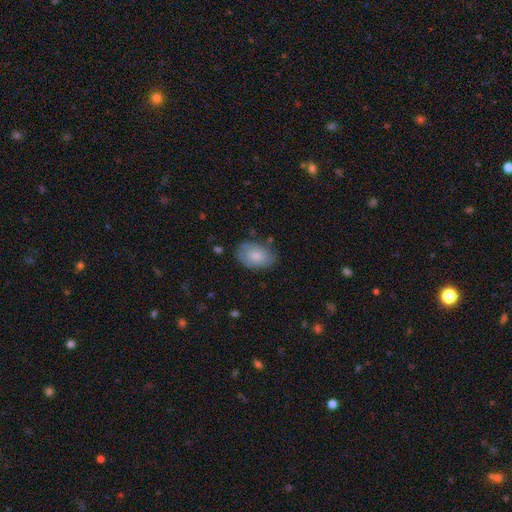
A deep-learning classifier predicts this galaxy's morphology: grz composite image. It shows a smooth galaxy with no disk features (77%) that is in between round and cigar-shaped (87%). Merging: none (73%).